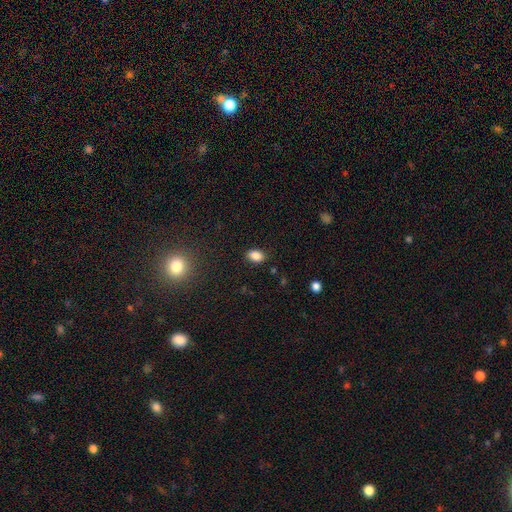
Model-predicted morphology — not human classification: Smooth or featured? smooth (85%)
How rounded? in between (81%)
Merging? none (85%)